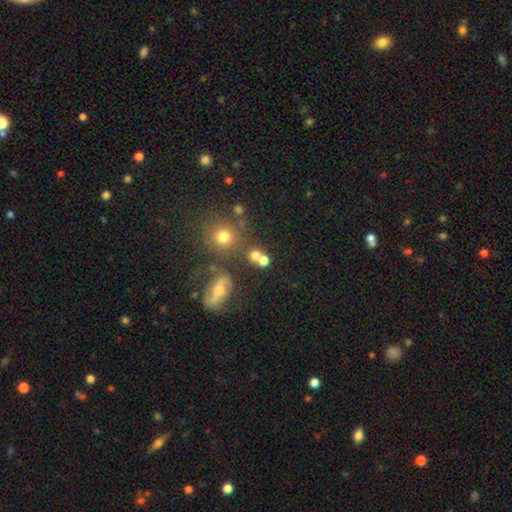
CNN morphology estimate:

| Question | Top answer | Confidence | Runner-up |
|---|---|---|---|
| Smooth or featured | smooth | 70% | star or artifact (17%) |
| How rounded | round | 78% | in between (20%) |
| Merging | none | 53% | merger (31%) |